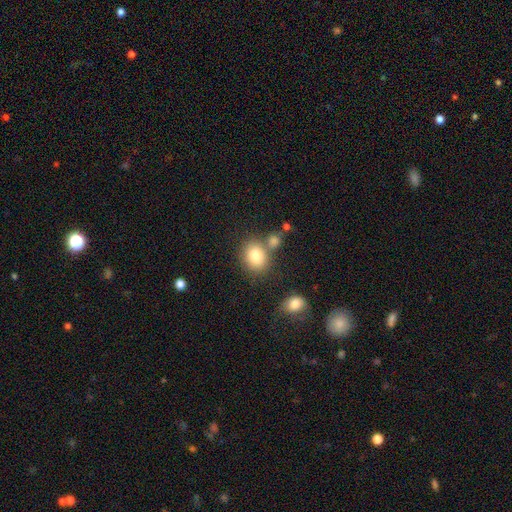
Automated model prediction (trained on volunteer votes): Smooth or featured?
  - smooth: 81% *
  - star or artifact: 9%
  - featured or disk: 9%
How rounded?
  - round: 57% *
  - in between: 42%
  - cigar-shaped: 1%
Merging?
  - none: 65% *
  - merger: 19%
  - minor disturbance: 12%
  - major disturbance: 4%